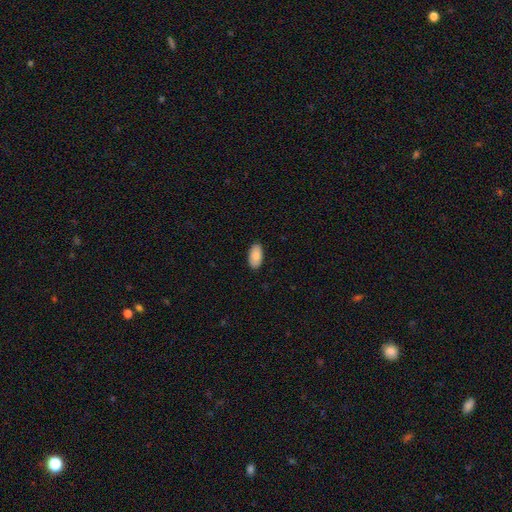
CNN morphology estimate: Overall: smooth (90%). How rounded: in between (95%). Merging: none (89%).